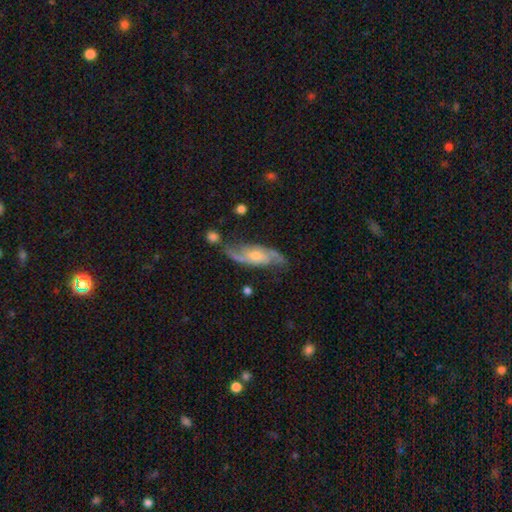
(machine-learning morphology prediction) A featured or disk galaxy (85%) with no bar (50%), 2 (90%) medium (44%) spiral arms (96%) and a moderate central bulge (49%). Merging: none (71%).